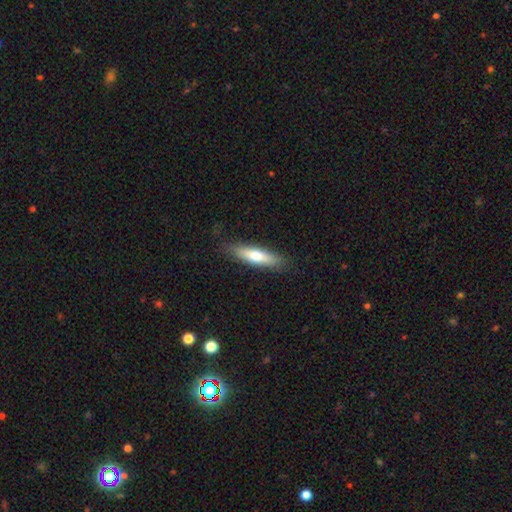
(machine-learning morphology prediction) Q: Smooth or featured?
A: smooth (69%); runner-up: featured or disk (25%)
Q: How rounded?
A: cigar-shaped (72%); runner-up: in between (26%)
Q: Merging?
A: none (84%); runner-up: minor disturbance (12%)